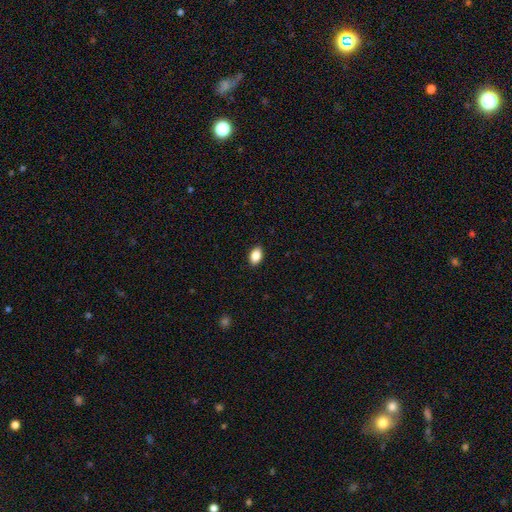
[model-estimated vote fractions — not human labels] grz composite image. It shows a smooth galaxy with no disk features (86%) that is in between round and cigar-shaped (87%). Merging: none (89%).